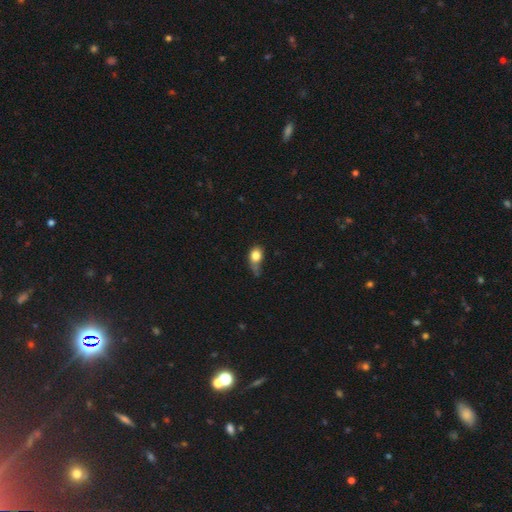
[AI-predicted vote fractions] Overall: smooth (80%). How rounded: in between (57%; round 40%). Merging: minor disturbance (34%; none 31%).